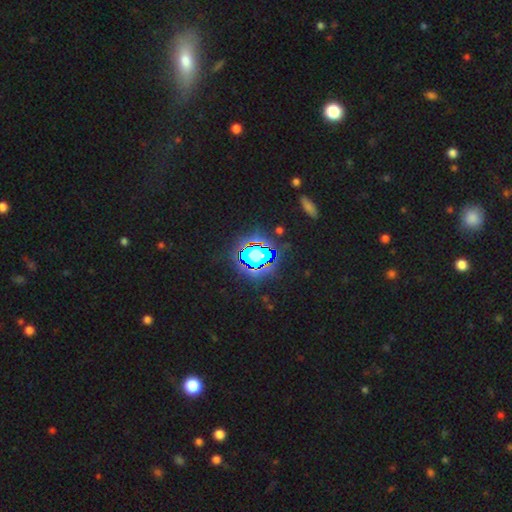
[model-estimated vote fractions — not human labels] Q: Smooth or featured?
A: star or artifact (64%); runner-up: smooth (21%)